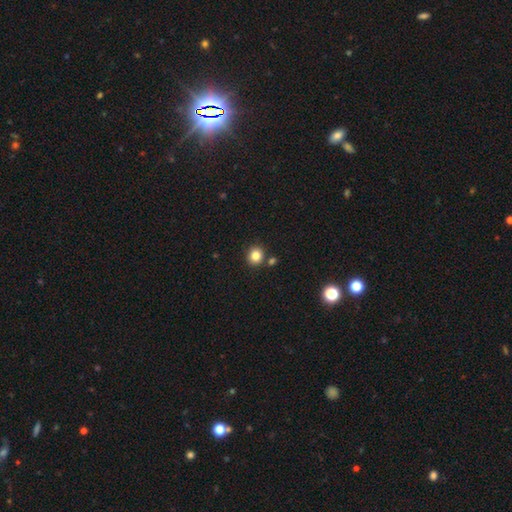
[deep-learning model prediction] Overall: smooth (83%). How rounded: round (83%). Merging: none (83%).